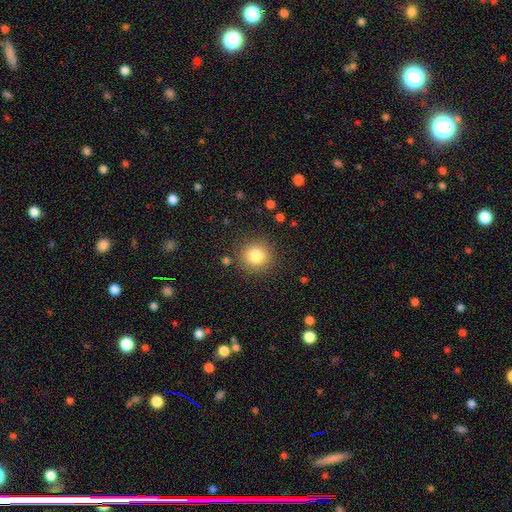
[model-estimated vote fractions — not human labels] This appears to be a smooth galaxy with no disk features (82%) that is round (92%). Merging: none (87%).